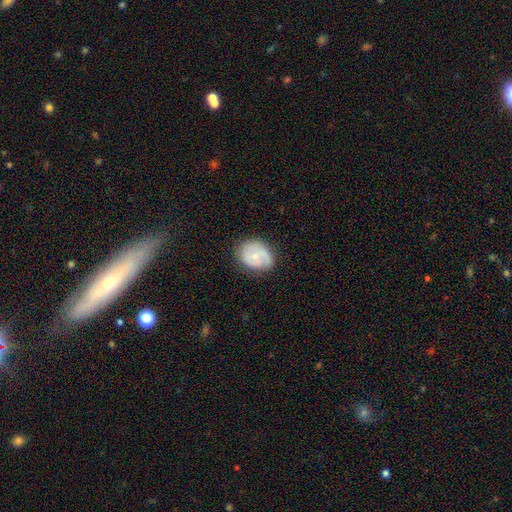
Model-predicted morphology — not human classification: This is possibly a featured or disk galaxy (48%). Merging: likely none (72%).